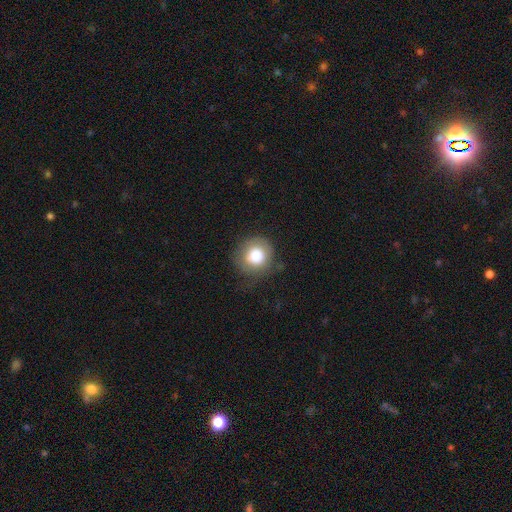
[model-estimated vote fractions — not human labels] Smooth or featured: smooth — 78% (featured or disk — 12%)
How rounded: round — 89% (in between — 10%)
Merging: none — 71% (minor disturbance — 20%)